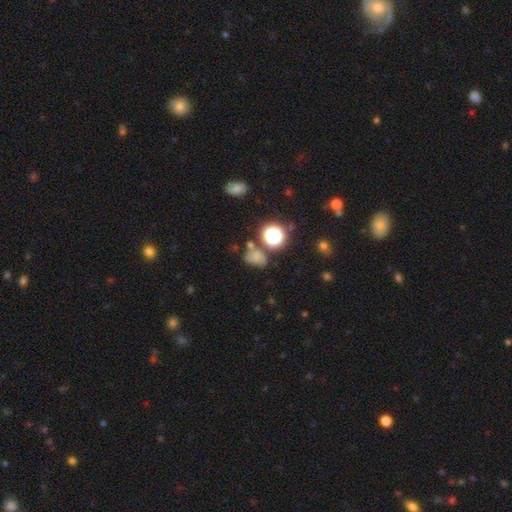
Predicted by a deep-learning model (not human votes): Smooth or featured? smooth (53%)
How rounded? in between (51%)
Merging? none (45%)